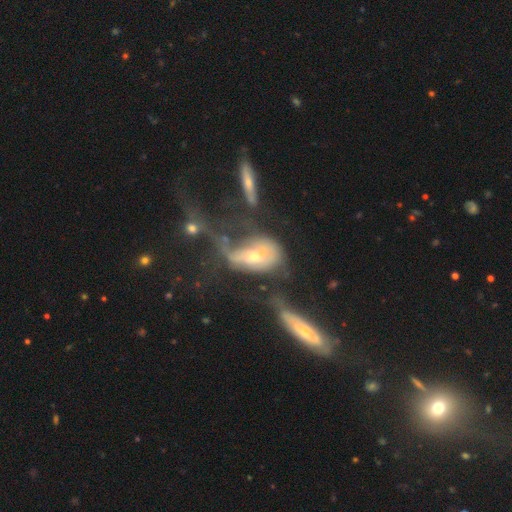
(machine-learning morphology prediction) featured or disk 57%, smooth 32%, star or artifact 11%. Down the decision tree: edge-on disk — no (88%); bar — no (75%); spiral arms — no (64%); bulge size — moderate (47%); merging — merger (44%).